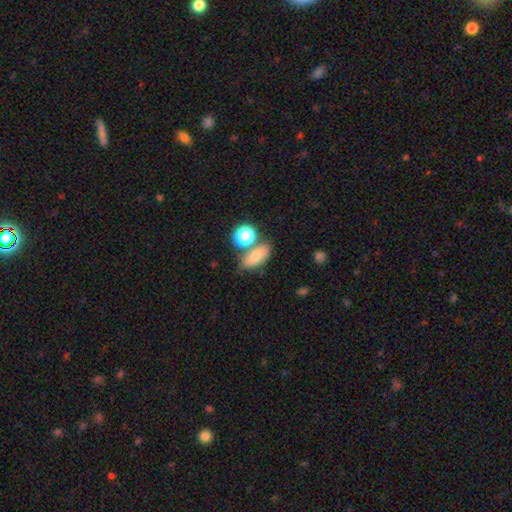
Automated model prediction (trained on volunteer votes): A smooth galaxy with no disk features (69%) that is in between round and cigar-shaped (77%). Merging: none (56%).